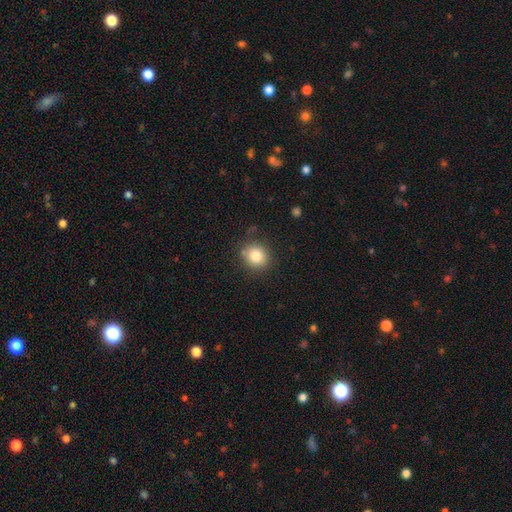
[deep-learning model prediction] This appears to be a smooth galaxy with no disk features (83%) that is round (84%). Merging: none (83%).